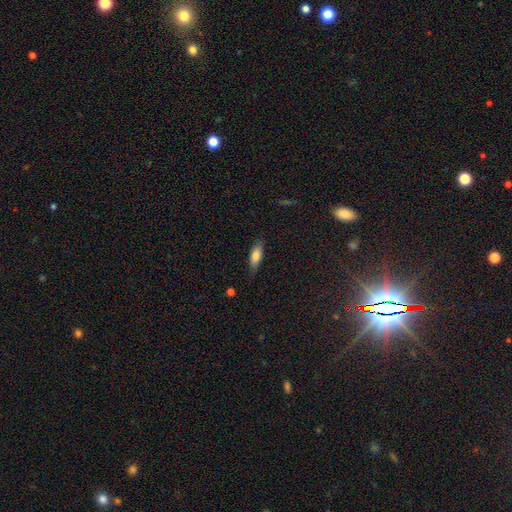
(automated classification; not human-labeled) Morphology: type=smooth (77%); roundness=in between (66%); merging=none (79%).